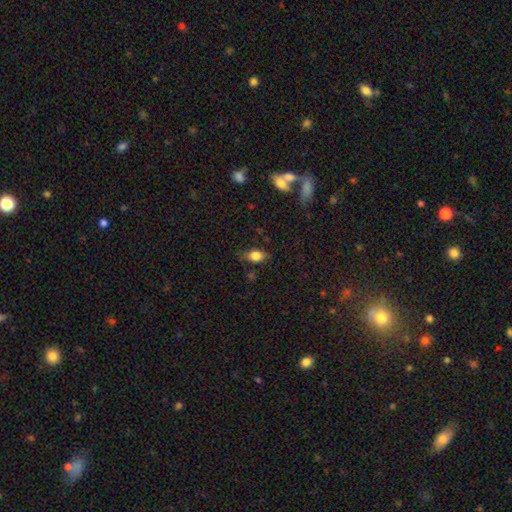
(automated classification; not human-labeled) Morphology: type=smooth (79%); roundness=in between (80%); merging=none (68%).